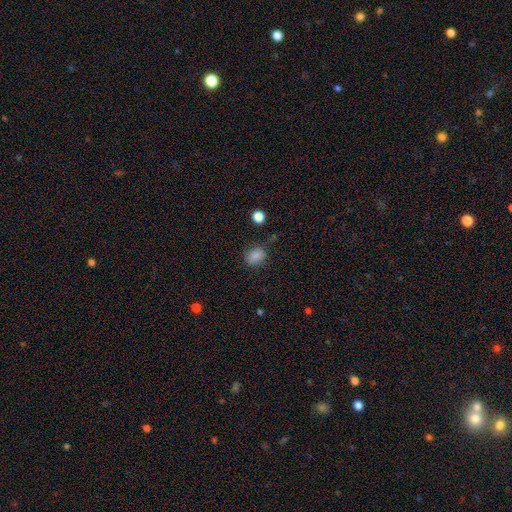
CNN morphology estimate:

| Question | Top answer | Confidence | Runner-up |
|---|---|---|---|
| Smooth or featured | smooth | 84% | star or artifact (12%) |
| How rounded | in between | 64% | round (35%) |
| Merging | none | 71% | minor disturbance (20%) |